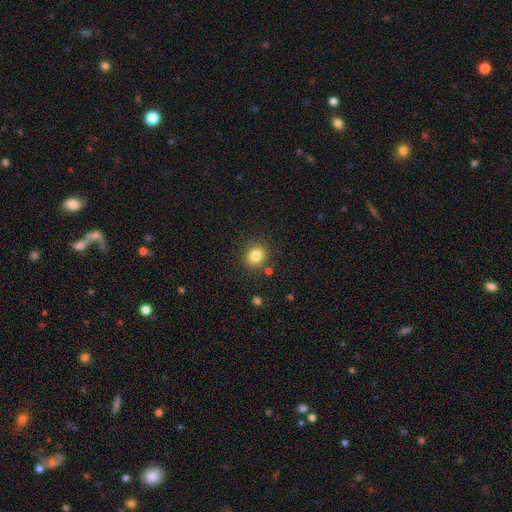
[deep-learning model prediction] Morphology: type=smooth (84%); roundness=round (67%); merging=none (84%).